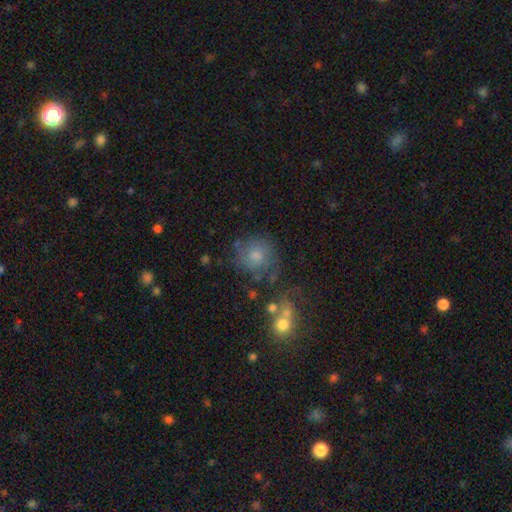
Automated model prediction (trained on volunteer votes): Smooth or featured? Predicted: smooth (p=0.57). How rounded? Predicted: round (p=0.86). Merging? Predicted: none (p=0.58).